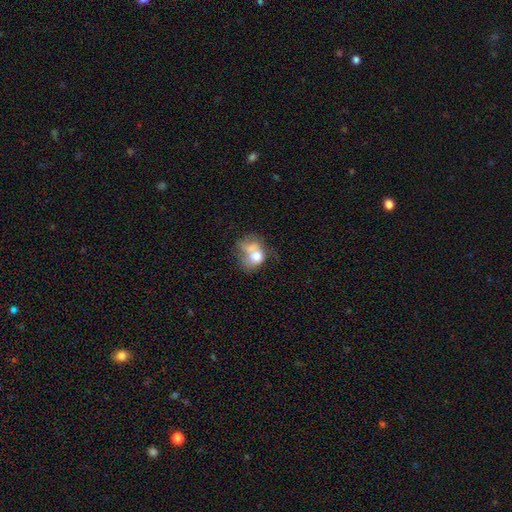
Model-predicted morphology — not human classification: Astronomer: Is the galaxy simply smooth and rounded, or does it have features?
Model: smooth — 62%.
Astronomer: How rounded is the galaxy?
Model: in between — 54% (runner-up: round, 45%).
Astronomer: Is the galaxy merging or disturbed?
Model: merger — 43% (runner-up: major disturbance, 24%).